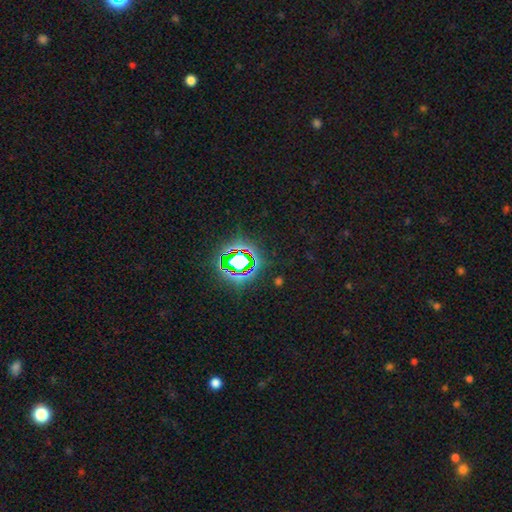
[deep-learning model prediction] Q: Smooth or featured?
A: star or artifact (80%); runner-up: smooth (13%)